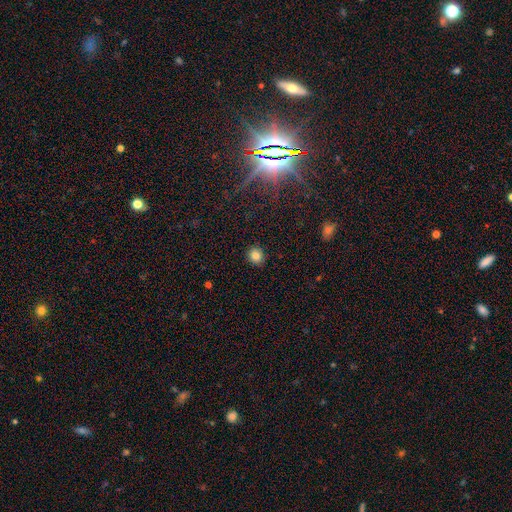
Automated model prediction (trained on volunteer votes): Overall: smooth (82%). How rounded: round (84%). Merging: none (90%).